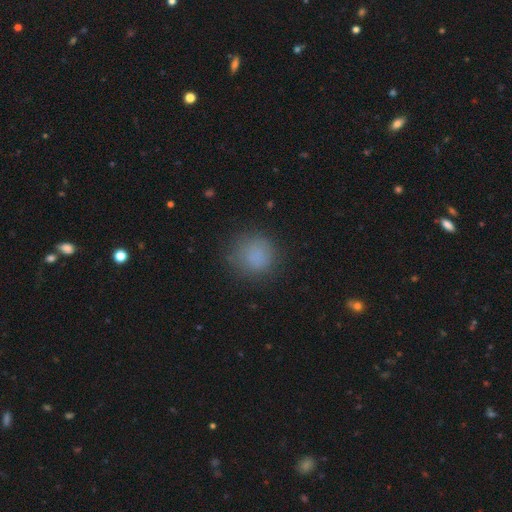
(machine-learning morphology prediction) Smooth or featured? Predicted: smooth (p=0.80). How rounded? Predicted: round (p=0.90). Merging? Predicted: none (p=0.79).